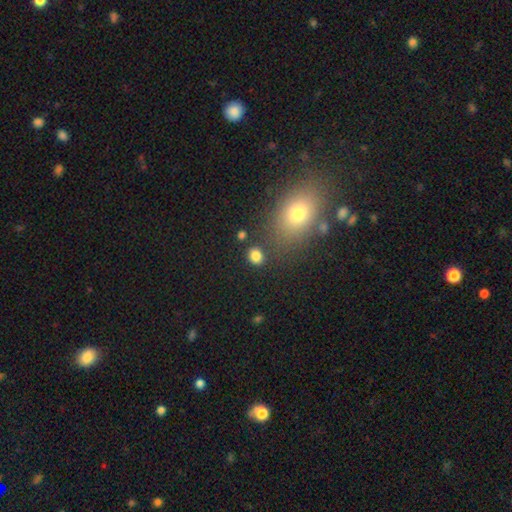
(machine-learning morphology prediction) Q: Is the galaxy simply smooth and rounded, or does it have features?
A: smooth — 83%.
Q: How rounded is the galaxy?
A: round — 59%.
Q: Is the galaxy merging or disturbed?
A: none — 81%.